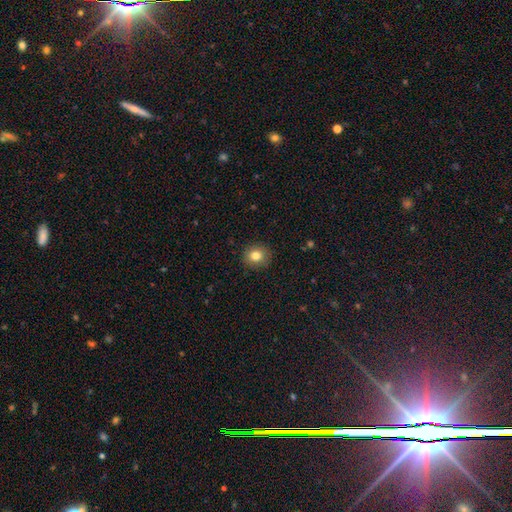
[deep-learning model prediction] smooth_or_featured: smooth (p=0.82) [alt: star or artifact p=0.10]
how_rounded: round (p=0.84) [alt: in between p=0.15]
merging: none (p=0.90) [alt: minor disturbance p=0.07]